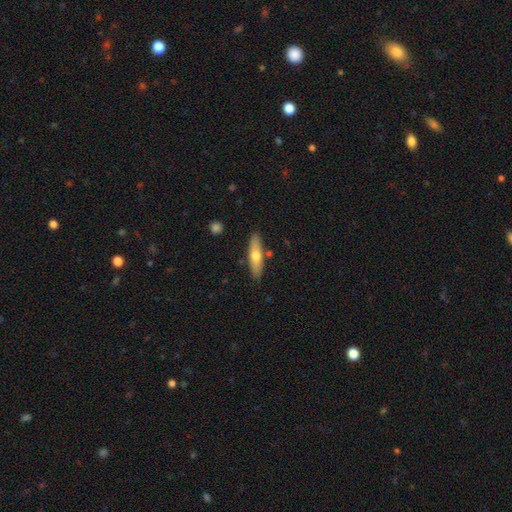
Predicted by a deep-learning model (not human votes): A smooth galaxy with no disk features (58%) that is cigar-shaped (66%).

Vote fractions:
- Smooth or featured? smooth: 58% / featured or disk: 36% / star or artifact: 6%
- How rounded? cigar-shaped: 66% / in between: 31% / round: 2%
- Merging? none: 85% / minor disturbance: 9% / merger: 3% / major disturbance: 2%